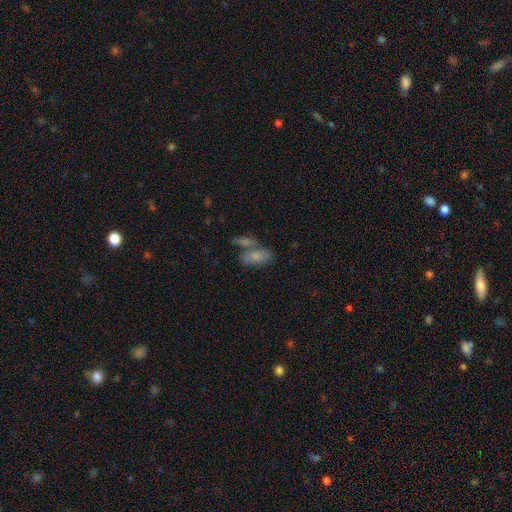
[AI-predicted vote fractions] Morphology: type=smooth (76%); roundness=in between (86%); merging=merger (43%).